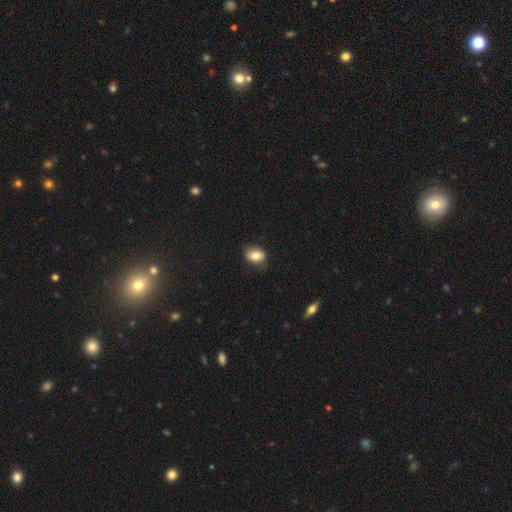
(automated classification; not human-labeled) A smooth galaxy with no disk features (79%) that is in between round and cigar-shaped (75%).

Vote fractions:
- Smooth or featured? smooth: 79% / featured or disk: 13% / star or artifact: 8%
- How rounded? in between: 75% / round: 24% / cigar-shaped: 2%
- Merging? none: 74% / minor disturbance: 20% / major disturbance: 4% / merger: 1%